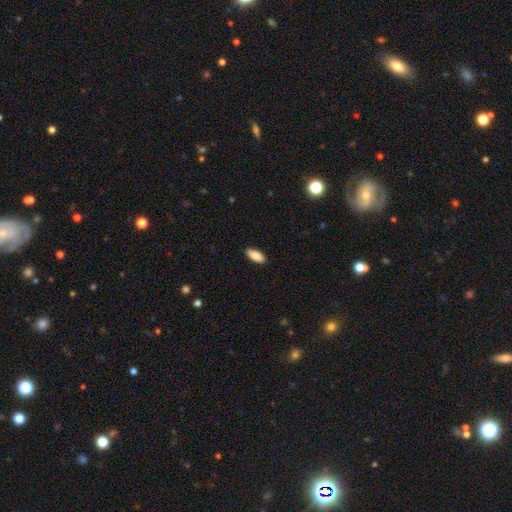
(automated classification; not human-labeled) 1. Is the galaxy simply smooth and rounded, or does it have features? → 87% smooth, 7% featured or disk, 6% star or artifact.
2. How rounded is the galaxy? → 86% in between, 12% cigar-shaped, 2% round.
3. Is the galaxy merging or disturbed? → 89% none, 8% minor disturbance, 2% major disturbance, 1% merger.